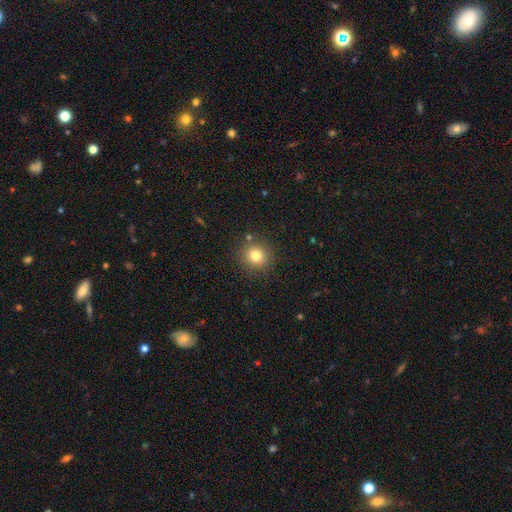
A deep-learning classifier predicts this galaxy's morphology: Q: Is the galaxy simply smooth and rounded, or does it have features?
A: smooth — 79%.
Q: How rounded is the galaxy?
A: round — 92%.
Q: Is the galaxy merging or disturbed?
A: none — 87%.